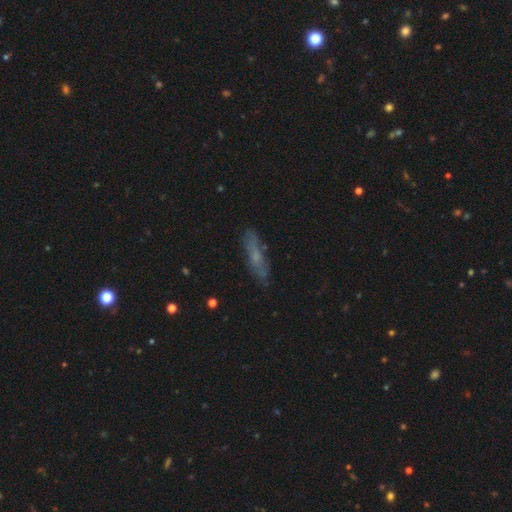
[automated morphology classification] smooth-or-featured: smooth: 49% | featured or disk: 41% | star or artifact: 10%
  merging: none: 77% | minor disturbance: 16% | major disturbance: 5% | merger: 2%